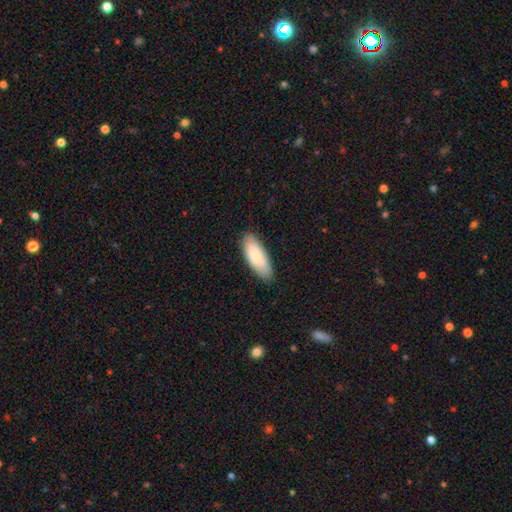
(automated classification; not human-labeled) Smooth or featured? Predicted: smooth (p=0.75). How rounded? Predicted: in between (p=0.80). Merging? Predicted: none (p=0.83).